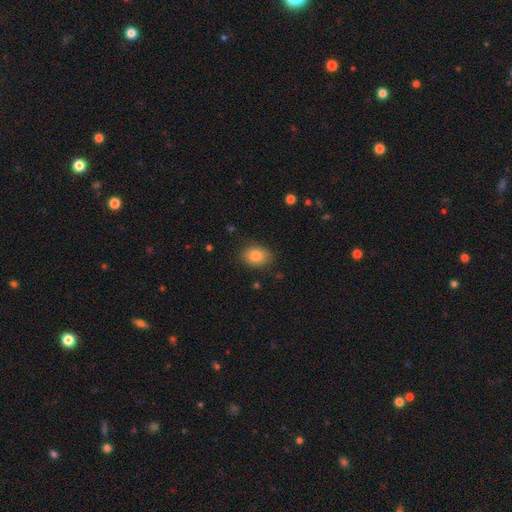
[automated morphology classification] smooth_or_featured: smooth (p=0.85) [alt: star or artifact p=0.08]
how_rounded: in between (p=0.68) [alt: round p=0.30]
merging: none (p=0.79) [alt: minor disturbance p=0.16]